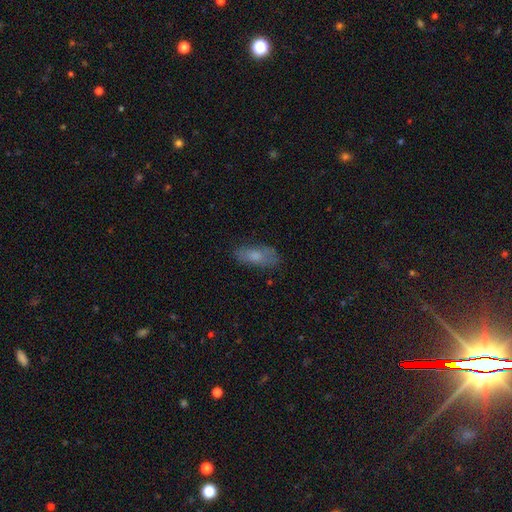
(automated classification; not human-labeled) smooth_or_featured: smooth (p=0.69) [alt: featured or disk p=0.22]
how_rounded: in between (p=0.76) [alt: cigar-shaped p=0.21]
merging: none (p=0.74) [alt: minor disturbance p=0.19]